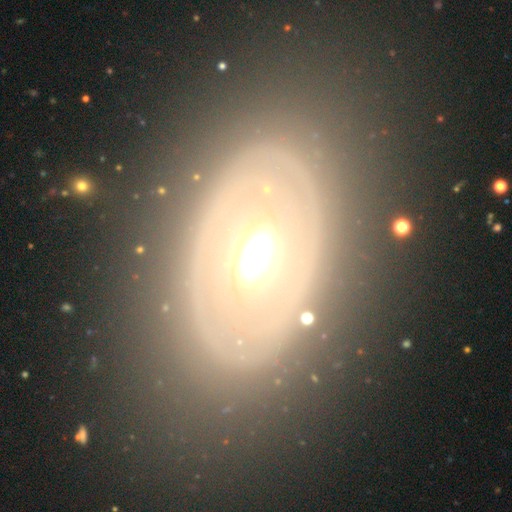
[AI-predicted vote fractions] A featured or disk galaxy (69%) with no bar (74%), no spiral arms (70%) and a moderate central bulge (57%). Merging: none (77%).